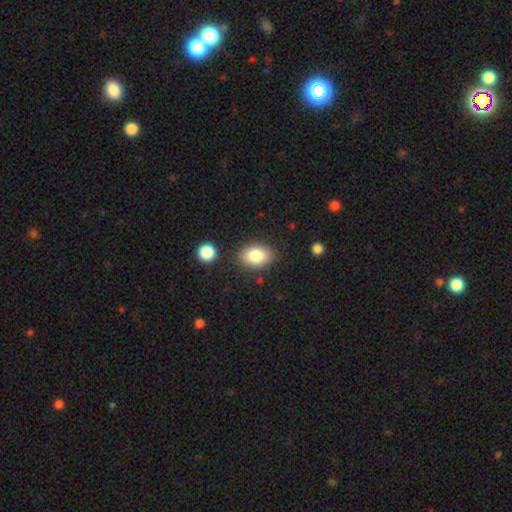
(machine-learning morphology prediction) This is clearly a smooth galaxy (84%). How rounded: clearly in between (84%). Merging: clearly none (81%).